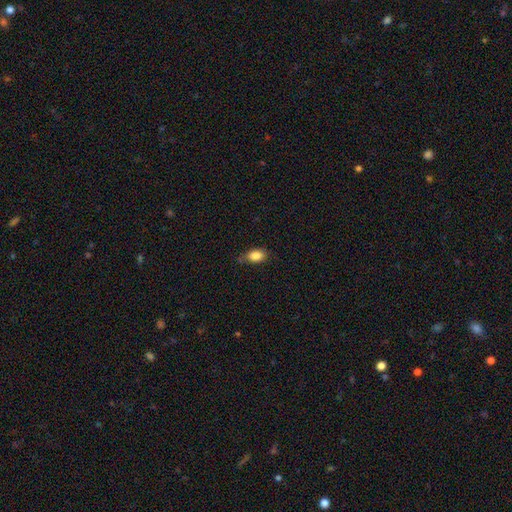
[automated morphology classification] The model was most divided on "merging": none: 69%, minor disturbance: 24%, major disturbance: 5%, merger: 2%. More confident: how rounded — in between (88%); smooth or featured — smooth (86%).